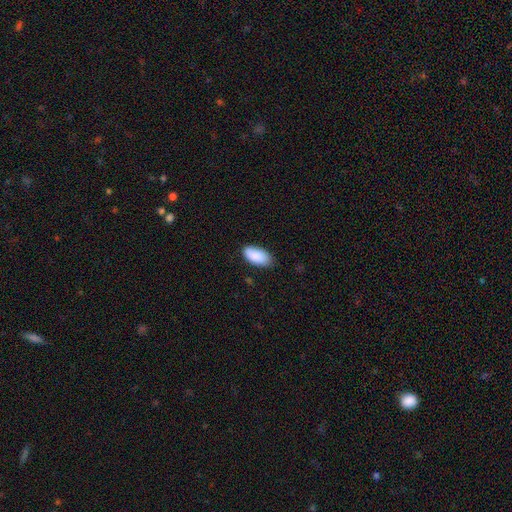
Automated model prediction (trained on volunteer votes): A smooth galaxy with no disk features (88%) that is in between round and cigar-shaped (94%). Merging: none (76%).